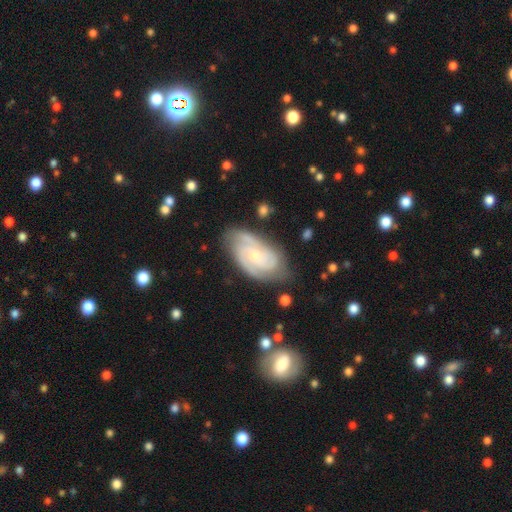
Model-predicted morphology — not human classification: Smooth or featured: featured or disk — 83% (smooth — 12%)
Edge-on disk: no — 97% (yes — 3%)
Bar: no — 62% (weak — 32%)
Spiral arms: yes — 97% (no — 3%)
Spiral winding: tight — 57% (medium — 36%)
Spiral arm count: 2 — 38% (3 — 31%)
Bulge size: small — 67% (moderate — 25%)
Merging: none — 72% (minor disturbance — 20%)